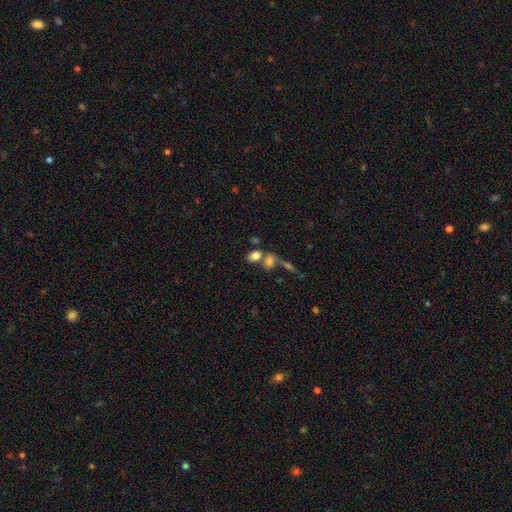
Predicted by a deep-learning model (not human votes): smooth 79%, featured or disk 11%, star or artifact 10%. Down the decision tree: how rounded — in between (83%); merging — none (44%).